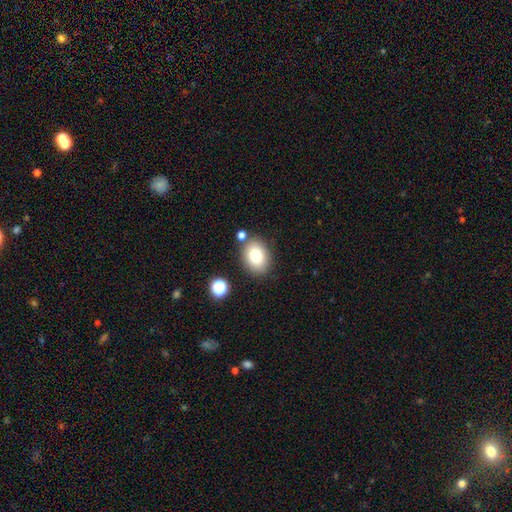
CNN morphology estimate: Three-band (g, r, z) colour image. It shows a smooth galaxy with no disk features (81%) that is in between round and cigar-shaped (70%). Merging: none (78%).